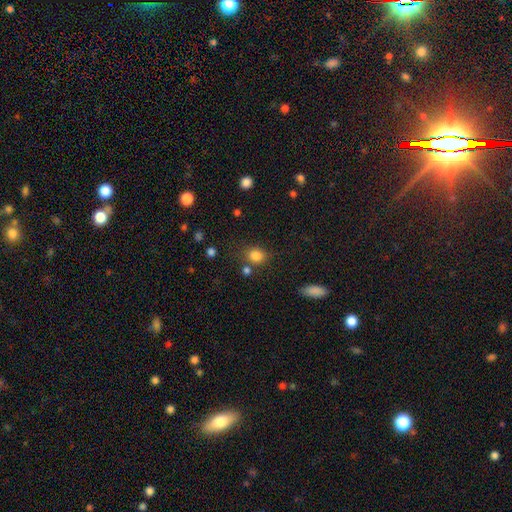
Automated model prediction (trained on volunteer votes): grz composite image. It shows a smooth galaxy with no disk features (82%) that is round (61%). Merging: none (70%).